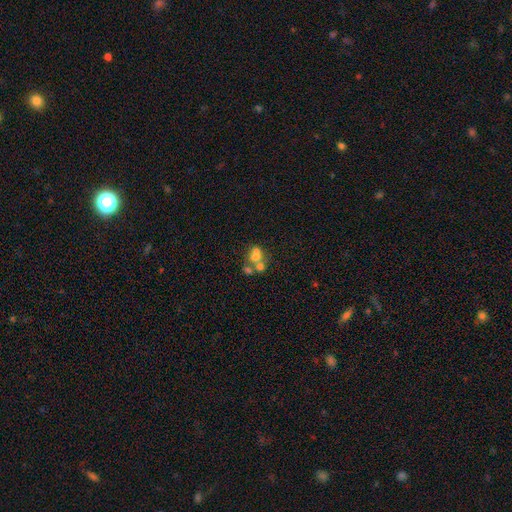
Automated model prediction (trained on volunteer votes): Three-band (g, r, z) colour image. It shows a smooth galaxy with no disk features (58%) that is round (54%). Merging: merger (58%).